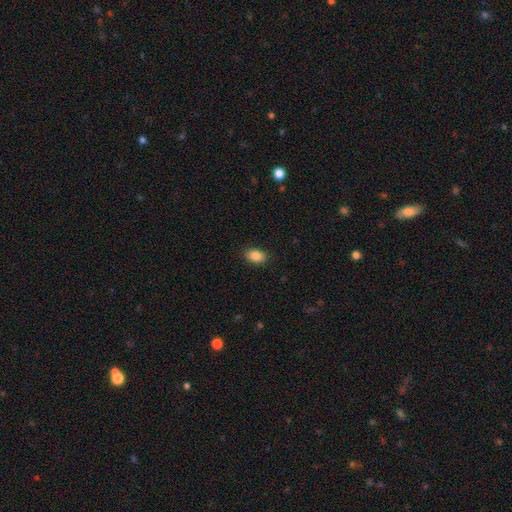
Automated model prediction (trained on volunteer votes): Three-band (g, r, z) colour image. It shows a smooth galaxy with no disk features (88%) that is in between round and cigar-shaped (84%). Merging: none (88%).